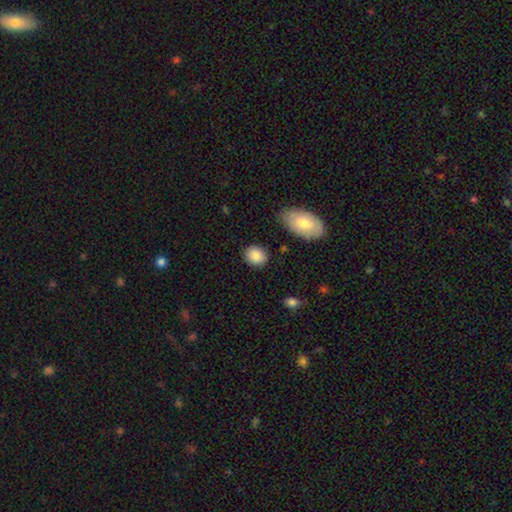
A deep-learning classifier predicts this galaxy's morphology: Q: Smooth or featured?
A: smooth (87%); runner-up: star or artifact (7%)
Q: How rounded?
A: round (65%); runner-up: in between (34%)
Q: Merging?
A: none (83%); runner-up: minor disturbance (12%)